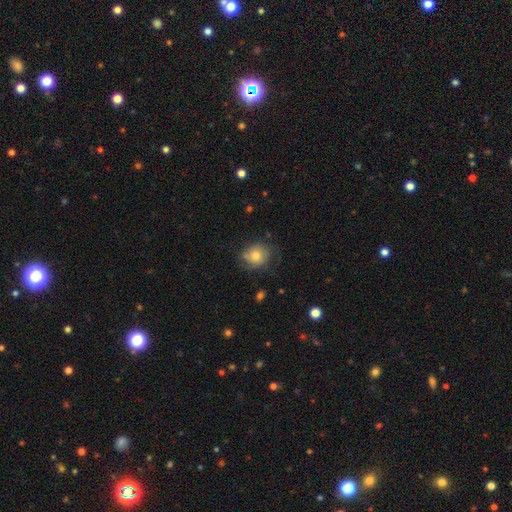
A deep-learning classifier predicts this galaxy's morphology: Smooth or featured? smooth (68%)
How rounded? round (71%)
Merging? none (62%)